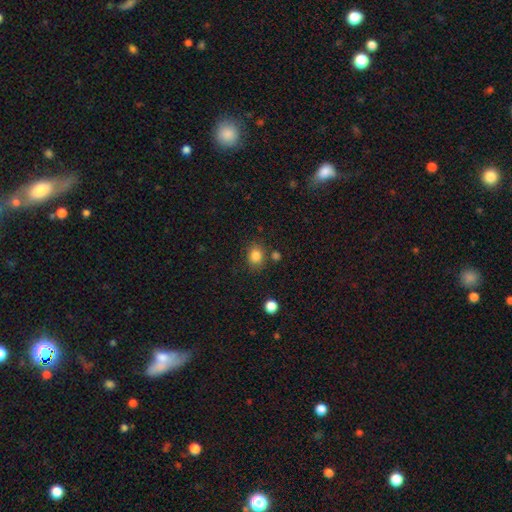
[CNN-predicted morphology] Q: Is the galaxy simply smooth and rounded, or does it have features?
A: smooth — 83%.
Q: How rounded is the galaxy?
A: round — 58%.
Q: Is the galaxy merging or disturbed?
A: none — 76%.